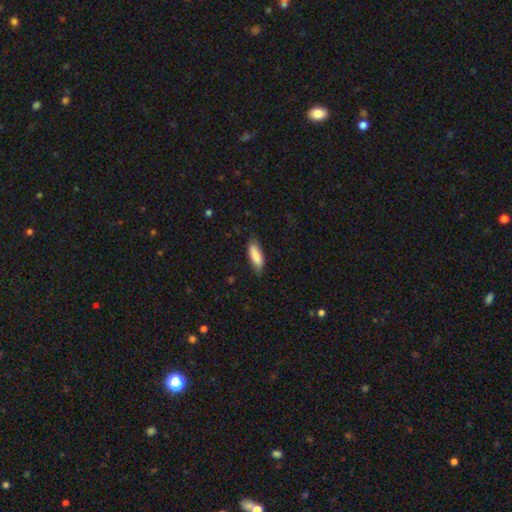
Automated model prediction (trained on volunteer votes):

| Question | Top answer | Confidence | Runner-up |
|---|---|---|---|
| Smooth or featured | smooth | 87% | featured or disk (7%) |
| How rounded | in between | 66% | cigar-shaped (33%) |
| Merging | none | 77% | minor disturbance (19%) |